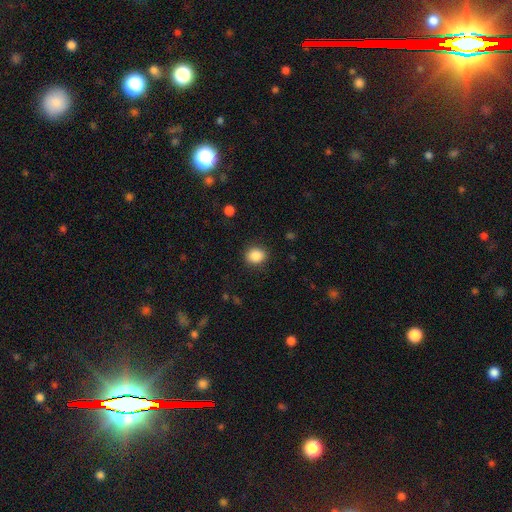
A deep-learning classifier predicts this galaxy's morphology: type=smooth (87%); roundness=round (66%); merging=none (88%).